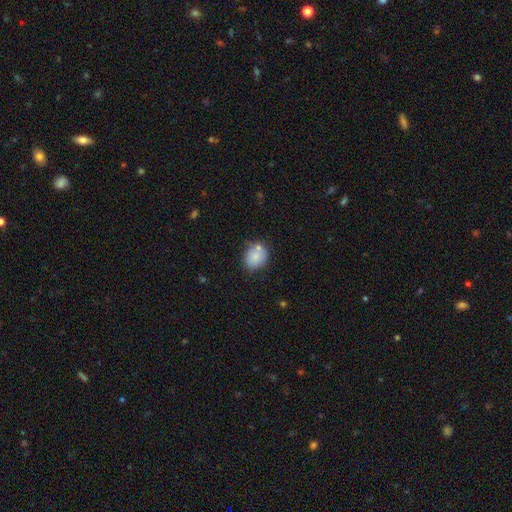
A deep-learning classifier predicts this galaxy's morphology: A smooth galaxy with no disk features (82%) that is round (56%). Merging: none (60%).